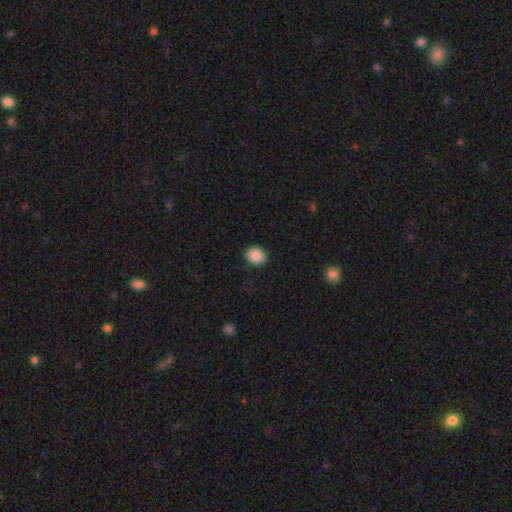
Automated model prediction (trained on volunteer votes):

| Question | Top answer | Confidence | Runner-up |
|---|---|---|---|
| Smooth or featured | smooth | 88% | star or artifact (8%) |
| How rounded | round | 64% | in between (35%) |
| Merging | none | 88% | minor disturbance (8%) |